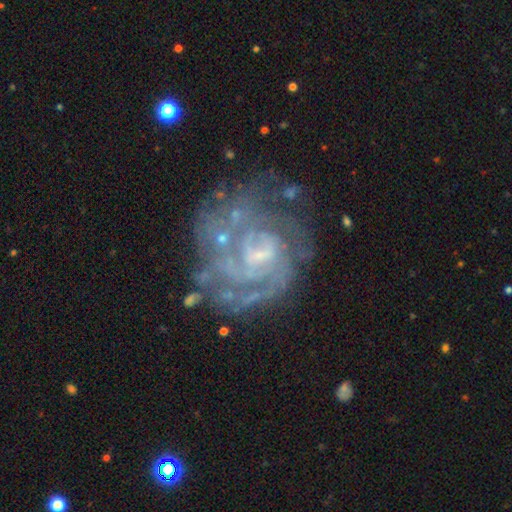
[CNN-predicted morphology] A featured or disk galaxy (84%) with a weak bar (48%), tight (59%) spiral arms (86%) and a small central bulge (45%). Merging: none (57%).